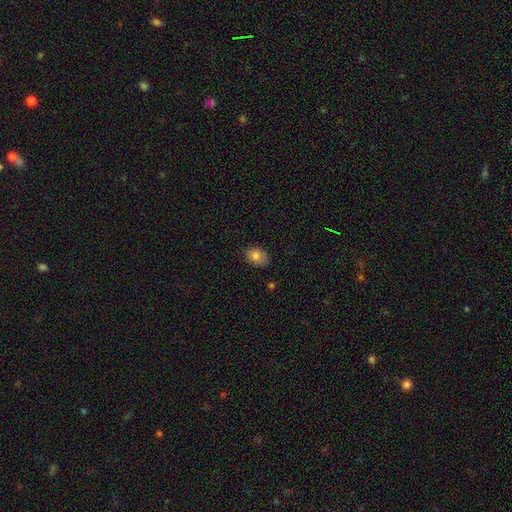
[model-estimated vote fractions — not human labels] Morphology: type=smooth (81%); roundness=in between (73%); merging=none (78%).